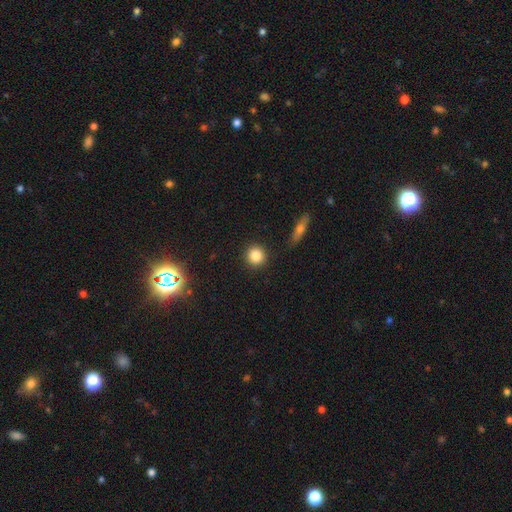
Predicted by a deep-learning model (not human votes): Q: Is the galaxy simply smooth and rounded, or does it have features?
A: smooth — 84%.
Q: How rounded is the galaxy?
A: round — 93%.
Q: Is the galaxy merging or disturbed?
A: none — 91%.